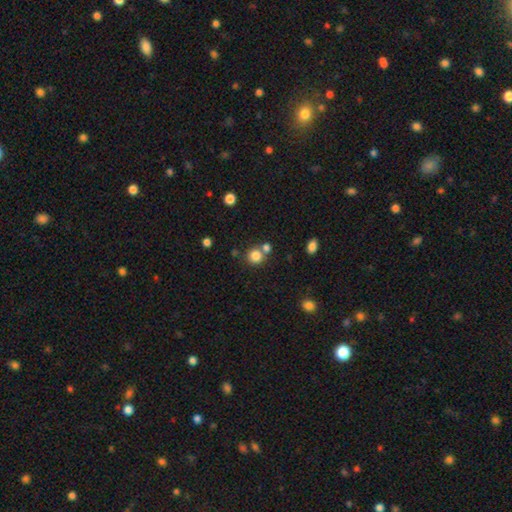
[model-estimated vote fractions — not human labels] smooth_or_featured: smooth (p=0.82) [alt: star or artifact p=0.12]
how_rounded: round (p=0.89) [alt: in between p=0.10]
merging: none (p=0.62) [alt: merger p=0.28]